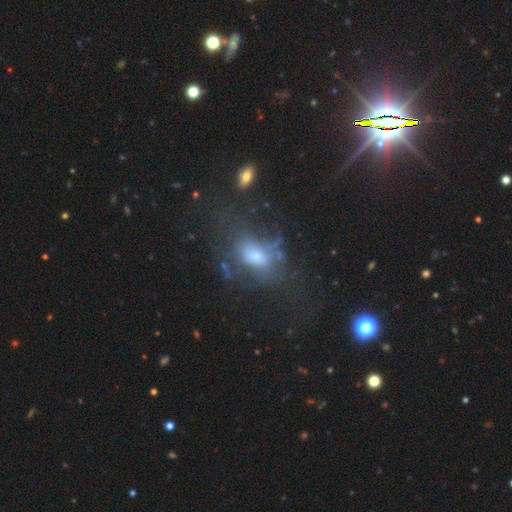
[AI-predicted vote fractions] smooth_or_featured: smooth (p=0.42) [alt: featured or disk p=0.39]
merging: none (p=0.42) [alt: major disturbance p=0.32]